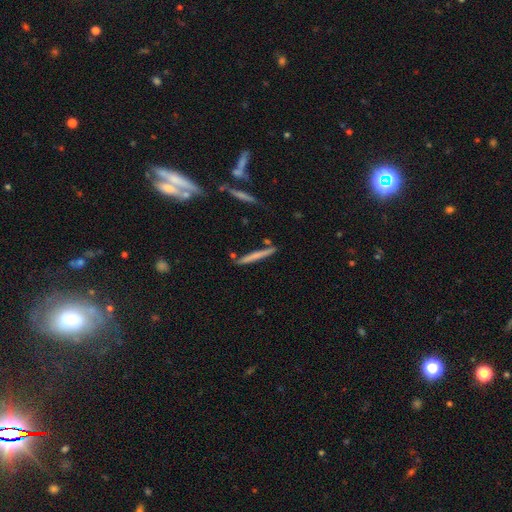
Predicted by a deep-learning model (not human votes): This appears to be a smooth galaxy with no disk features (57%) that is cigar-shaped (96%). Merging: none (85%).